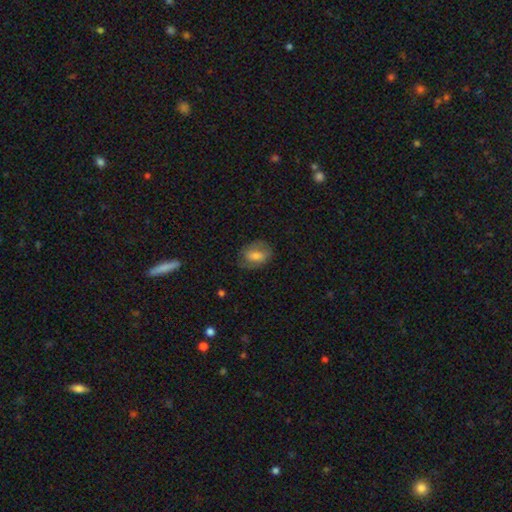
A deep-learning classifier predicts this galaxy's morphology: This is likely a smooth galaxy (62%). How rounded: likely in between (75%). Merging: likely none (66%).